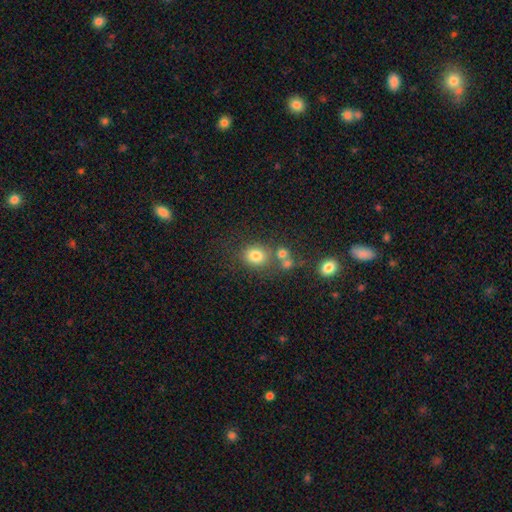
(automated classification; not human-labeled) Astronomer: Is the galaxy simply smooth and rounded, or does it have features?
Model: smooth — 77%.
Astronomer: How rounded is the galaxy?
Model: round — 67%.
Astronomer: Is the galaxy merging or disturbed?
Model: none — 64%.